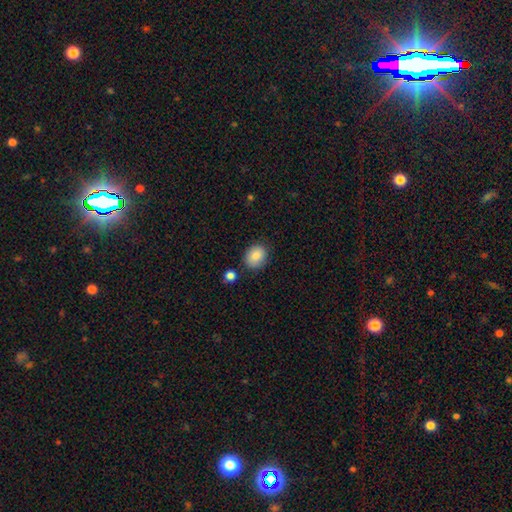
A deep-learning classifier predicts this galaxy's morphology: Smooth or featured: smooth — 86% (star or artifact — 8%)
How rounded: round — 50% (in between — 49%)
Merging: none — 81% (minor disturbance — 12%)